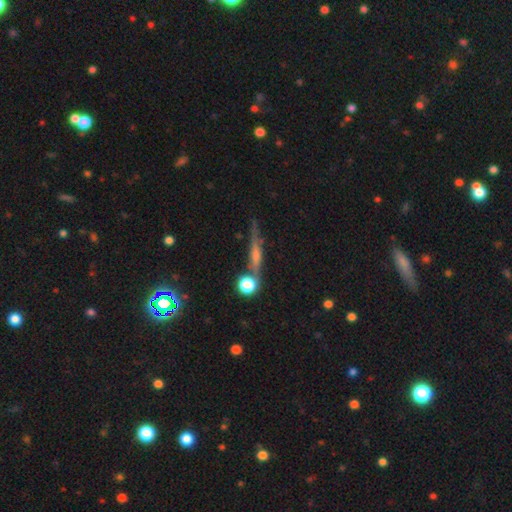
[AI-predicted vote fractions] smooth-or-featured: featured or disk: 52% | smooth: 32% | star or artifact: 15%
  disk-edge-on: yes: 88% | no: 12%
  merging: none: 67% | minor disturbance: 16% | merger: 10% | major disturbance: 7%